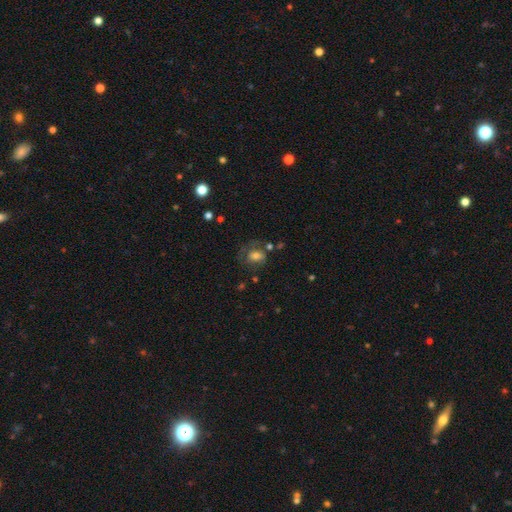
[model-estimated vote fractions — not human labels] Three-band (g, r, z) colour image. It shows a smooth galaxy with no disk features (60%) that is in between round and cigar-shaped (63%). Merging: none (46%).